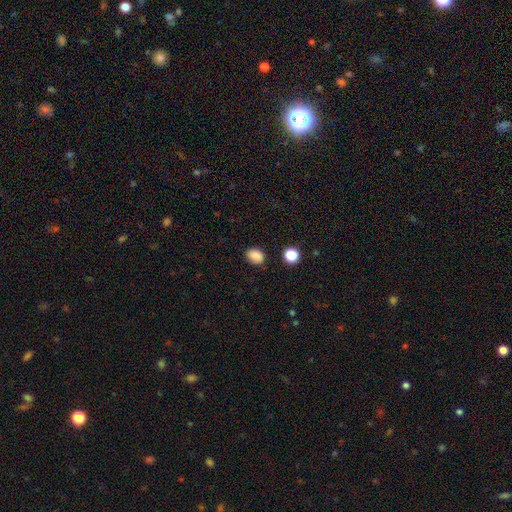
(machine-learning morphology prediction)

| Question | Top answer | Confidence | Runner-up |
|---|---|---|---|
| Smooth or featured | smooth | 81% | star or artifact (12%) |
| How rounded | in between | 59% | round (39%) |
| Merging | none | 77% | minor disturbance (16%) |